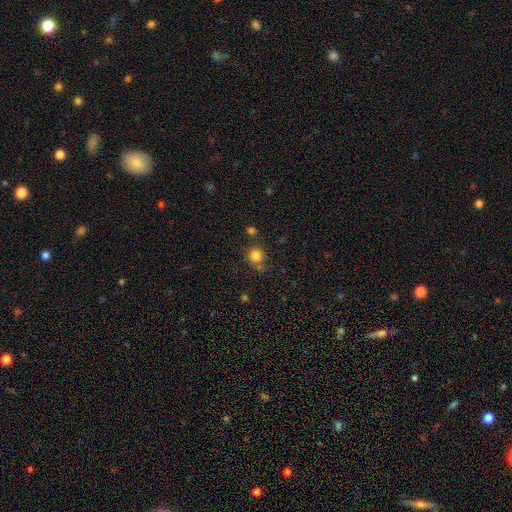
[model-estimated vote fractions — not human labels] This appears to be a smooth galaxy with no disk features (81%) that is round (90%). Merging: none (68%).